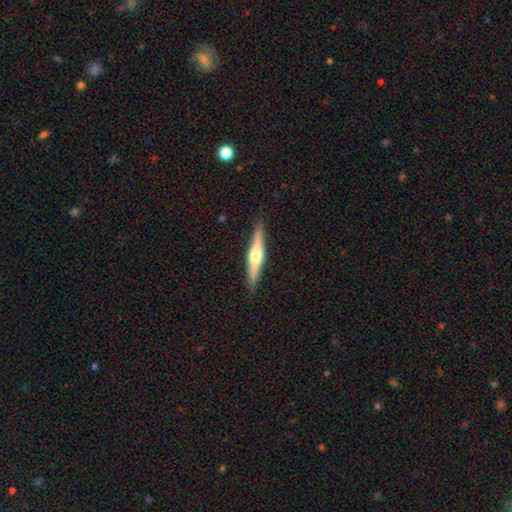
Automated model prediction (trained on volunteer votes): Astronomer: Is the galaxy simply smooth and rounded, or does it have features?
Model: featured or disk — 62%.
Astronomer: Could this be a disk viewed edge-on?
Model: yes — 96%.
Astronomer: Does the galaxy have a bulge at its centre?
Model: rounded — 91%.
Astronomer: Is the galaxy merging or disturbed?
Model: none — 89%.